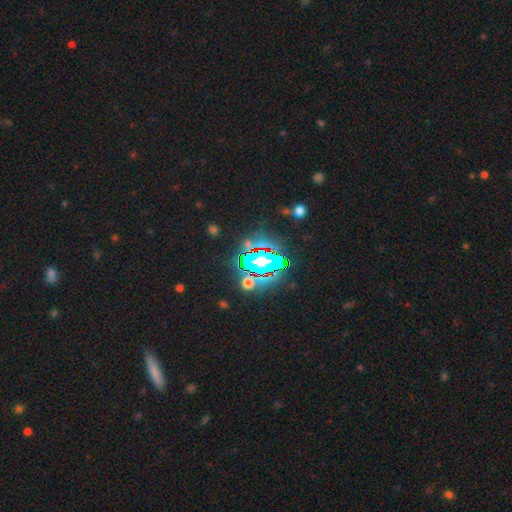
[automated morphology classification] Q: Smooth or featured?
A: star or artifact (81%); runner-up: smooth (11%)